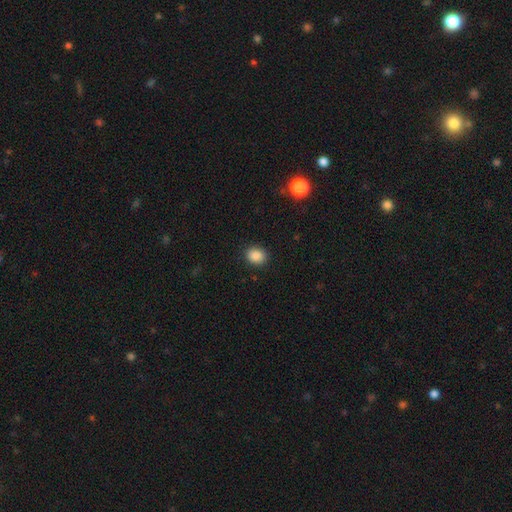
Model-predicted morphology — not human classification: smooth 88%, star or artifact 9%, featured or disk 3%. Down the decision tree: how rounded — round (58%); merging — none (90%).